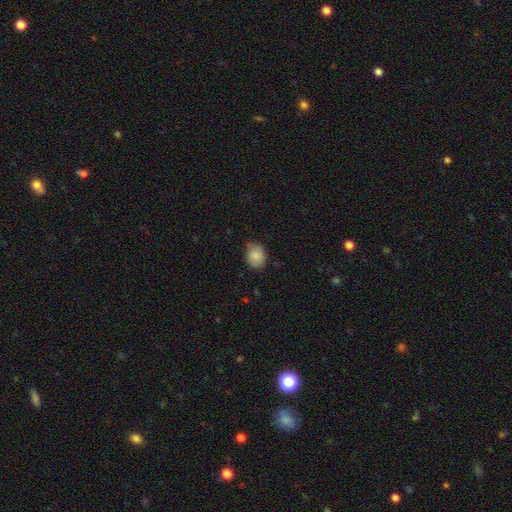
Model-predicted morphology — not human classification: This is clearly a smooth galaxy (82%). How rounded: possibly round (52%). Merging: likely none (63%).